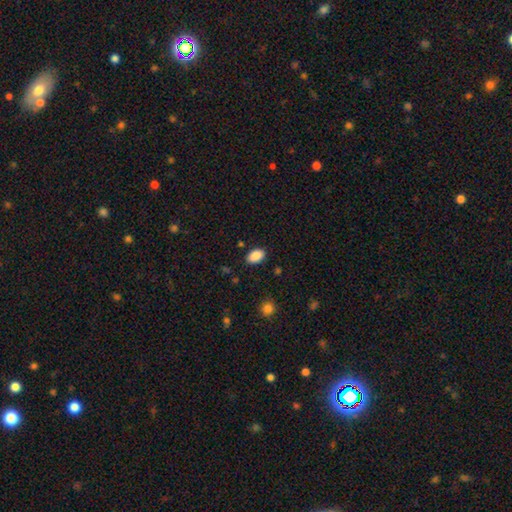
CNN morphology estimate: Smooth or featured: smooth — 89% (star or artifact — 8%)
How rounded: in between — 90% (round — 9%)
Merging: none — 85% (minor disturbance — 11%)